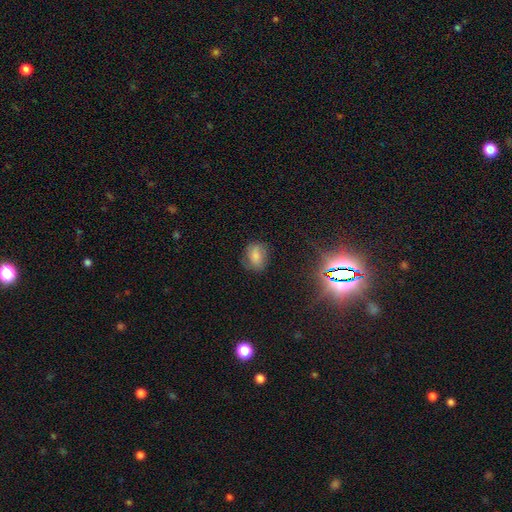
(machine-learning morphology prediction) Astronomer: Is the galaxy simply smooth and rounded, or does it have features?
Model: smooth — 72%.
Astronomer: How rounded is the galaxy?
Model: in between — 55% (runner-up: round, 43%).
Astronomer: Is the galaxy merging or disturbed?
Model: none — 71%.